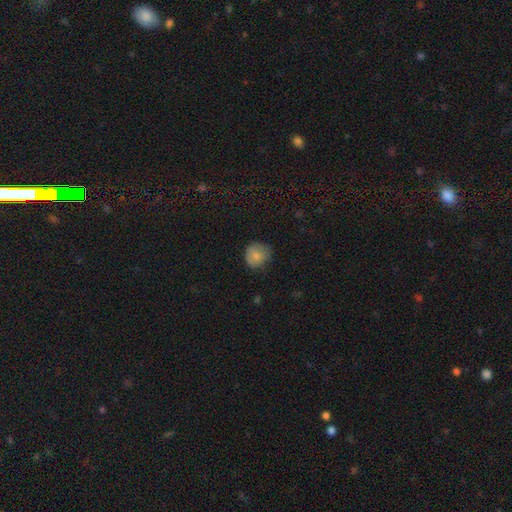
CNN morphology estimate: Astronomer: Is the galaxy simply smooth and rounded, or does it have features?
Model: smooth — 81%.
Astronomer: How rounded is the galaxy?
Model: round — 82%.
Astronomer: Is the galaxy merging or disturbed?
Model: none — 66%.